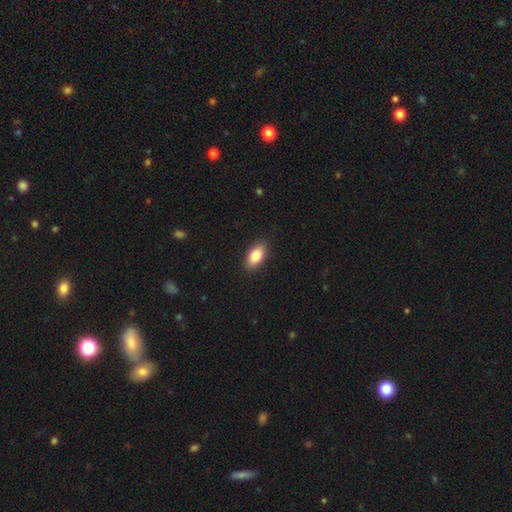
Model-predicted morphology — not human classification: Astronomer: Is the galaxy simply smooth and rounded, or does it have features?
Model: smooth — 84%.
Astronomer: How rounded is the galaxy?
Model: in between — 91%.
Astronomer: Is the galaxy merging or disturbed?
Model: none — 89%.